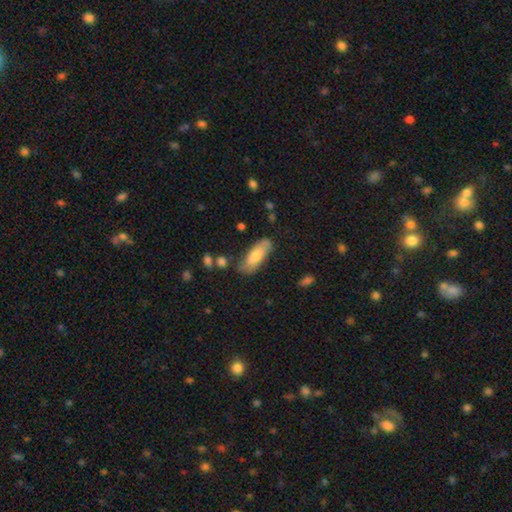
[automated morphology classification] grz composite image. It shows a smooth galaxy with no disk features (71%) that is in between round and cigar-shaped (68%). Merging: none (71%).